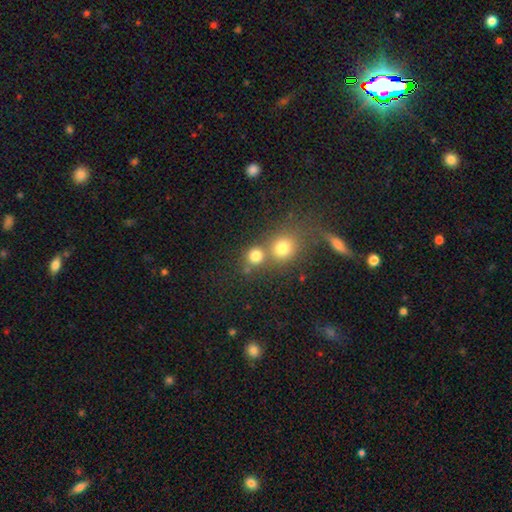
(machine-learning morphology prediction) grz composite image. It shows a smooth galaxy with no disk features (79%) that is round (87%). Merging: none (54%).